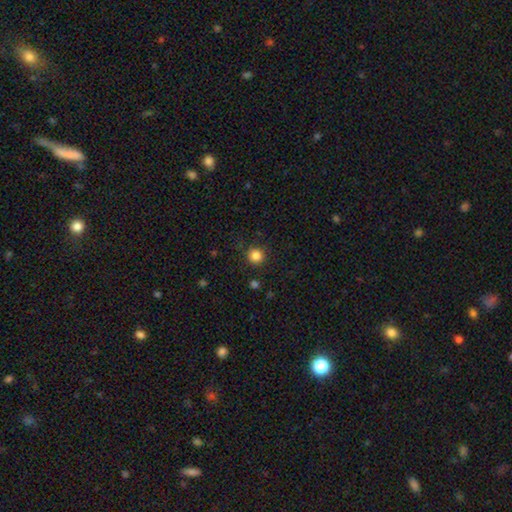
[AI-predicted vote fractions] Morphology: type=smooth (85%); roundness=round (93%); merging=none (89%).